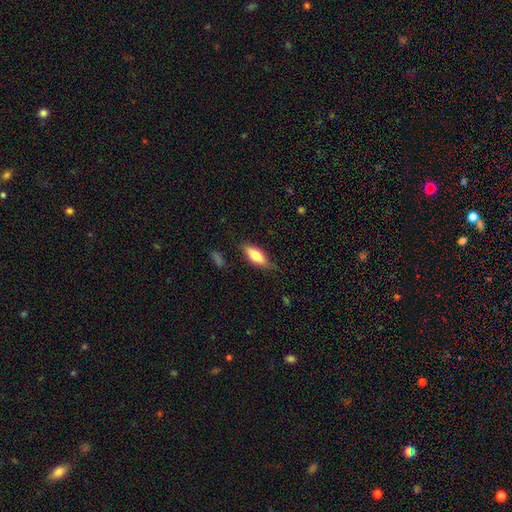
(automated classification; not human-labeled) This appears to be a smooth galaxy with no disk features (70%) that is in between round and cigar-shaped (67%). Merging: none (77%).